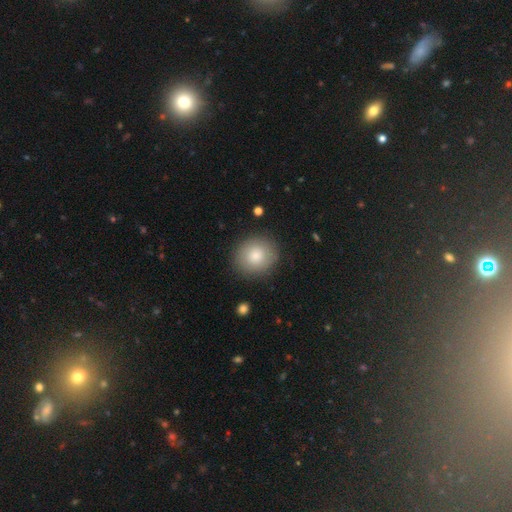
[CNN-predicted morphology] A smooth galaxy with no disk features (83%) that is round (80%). Merging: none (87%).